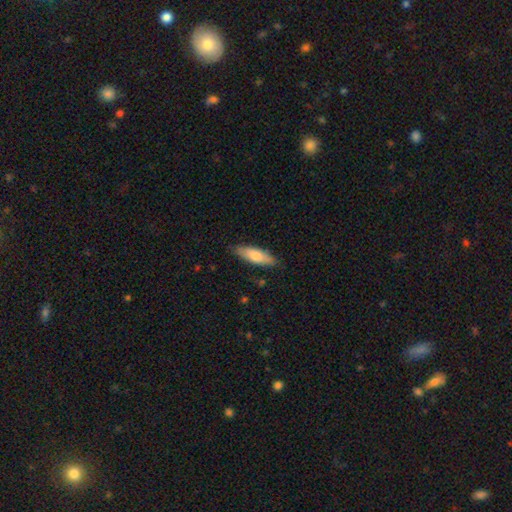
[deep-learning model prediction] This appears to be a smooth galaxy with no disk features (75%) that is in between round and cigar-shaped (53%). Merging: none (83%).